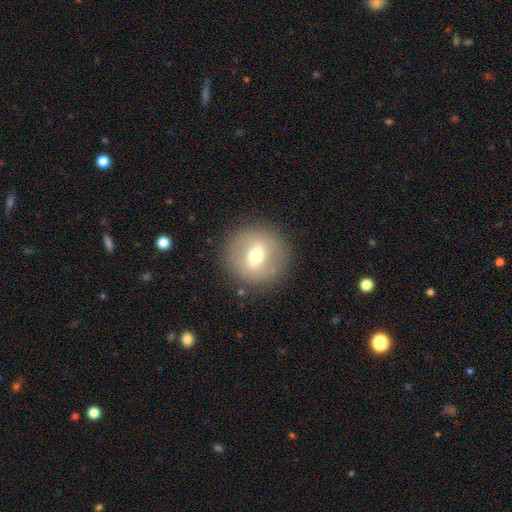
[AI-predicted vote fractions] This appears to be a smooth galaxy with no disk features (52%) that is round (94%). Merging: none (87%).